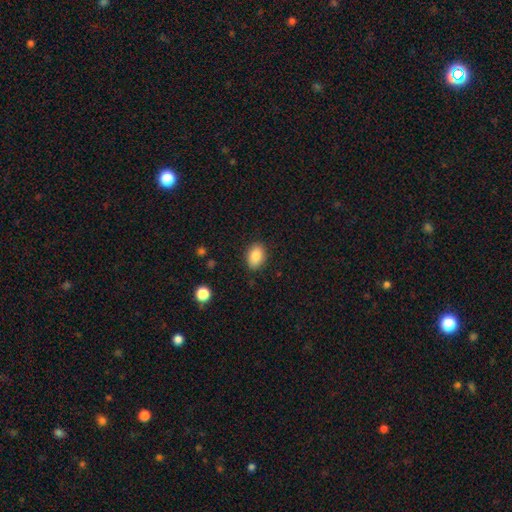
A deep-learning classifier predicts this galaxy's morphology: Overall: smooth (86%). How rounded: in between (82%). Merging: none (86%).